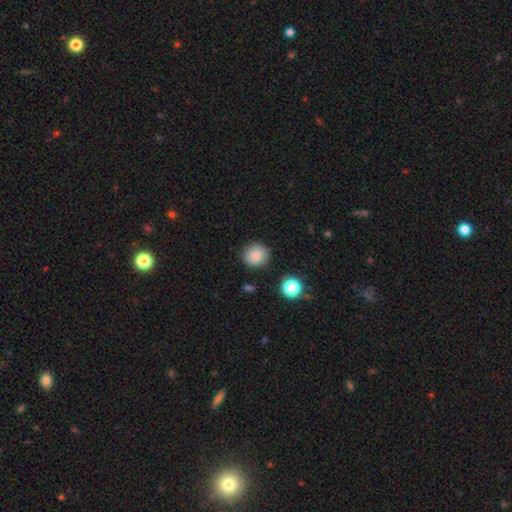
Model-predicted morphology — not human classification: Smooth or featured? smooth (84%)
How rounded? round (91%)
Merging? none (88%)